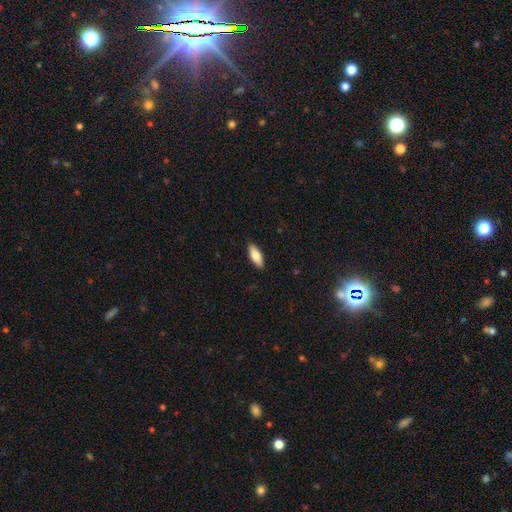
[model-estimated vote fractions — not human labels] Smooth or featured: smooth — 76% (featured or disk — 18%)
How rounded: in between — 73% (cigar-shaped — 25%)
Merging: none — 90% (minor disturbance — 8%)